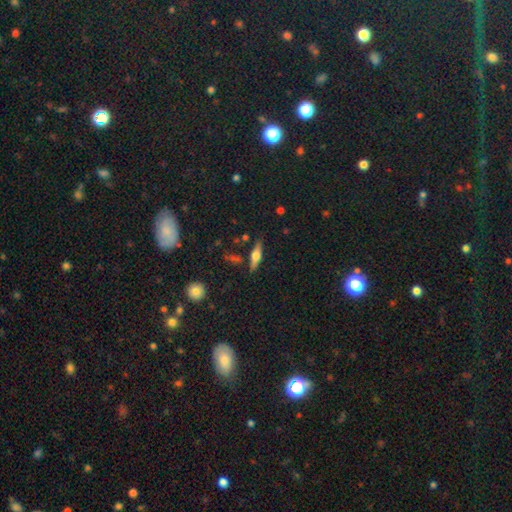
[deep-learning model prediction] This is possibly a featured or disk galaxy (58%). It is clearly viewed edge-on (94%). Edge-on bulge: clearly rounded (89%). Merging: clearly none (81%).